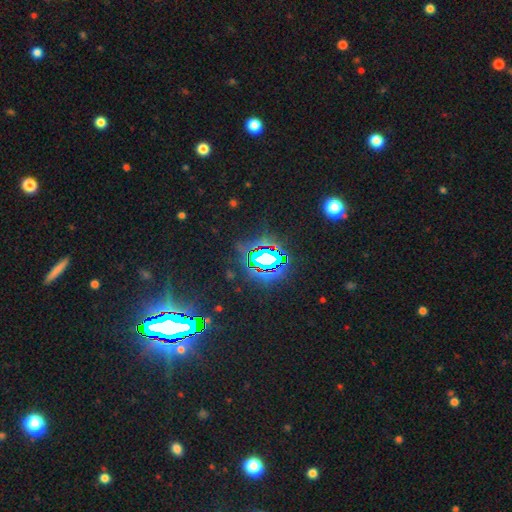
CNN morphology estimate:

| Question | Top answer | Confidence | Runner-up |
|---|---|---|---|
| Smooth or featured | star or artifact | 84% | smooth (9%) |